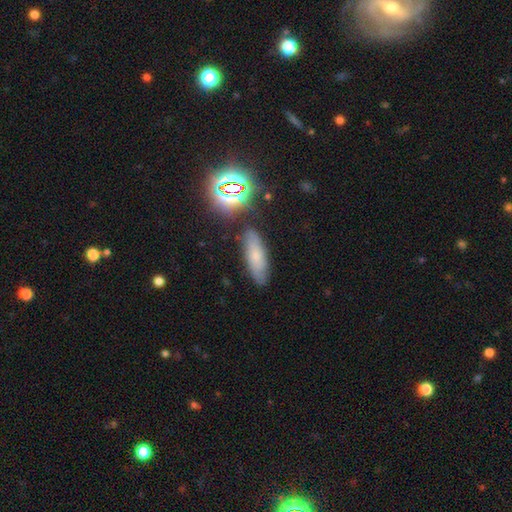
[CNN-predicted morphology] A smooth galaxy with no disk features (59%) that is in between round and cigar-shaped (55%).

Vote fractions:
- Smooth or featured? smooth: 59% / featured or disk: 22% / star or artifact: 19%
- How rounded? in between: 55% / cigar-shaped: 40% / round: 5%
- Merging? none: 79% / minor disturbance: 14% / major disturbance: 4% / merger: 4%